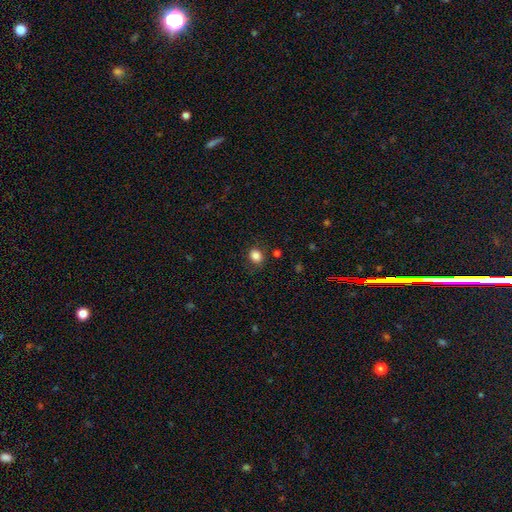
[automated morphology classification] smooth_or_featured: smooth (p=0.84) [alt: star or artifact p=0.11]
how_rounded: round (p=0.65) [alt: in between p=0.35]
merging: none (p=0.83) [alt: minor disturbance p=0.12]